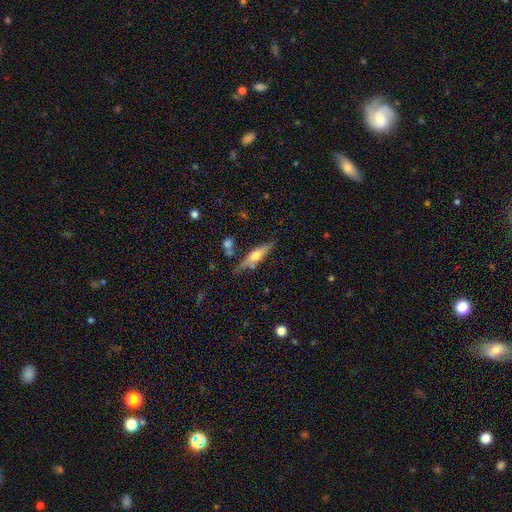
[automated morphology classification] Smooth or featured? featured or disk (49%)
Merging? none (70%)